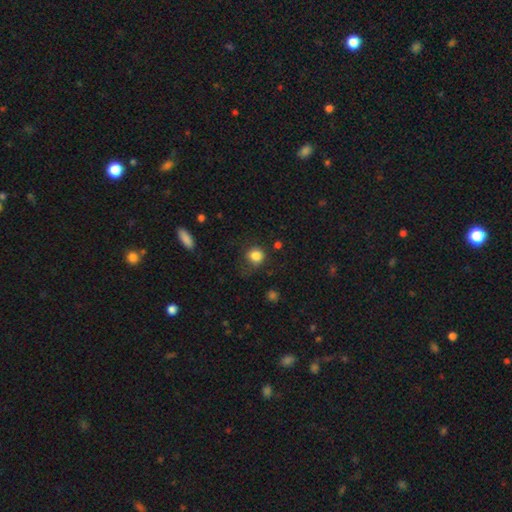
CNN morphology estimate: This is clearly a smooth galaxy (84%). How rounded: clearly round (85%). Merging: likely none (65%).